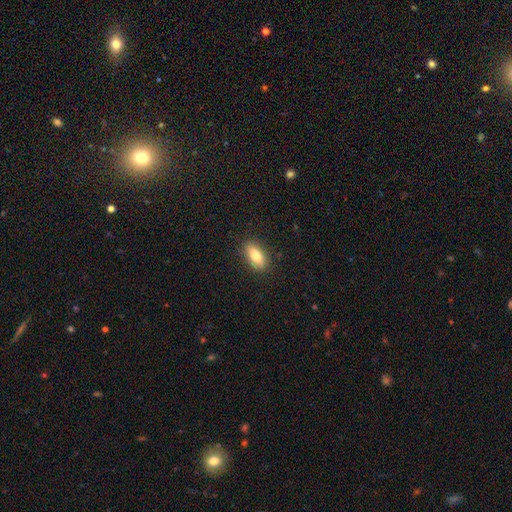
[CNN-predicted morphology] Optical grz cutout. It shows a smooth galaxy with no disk features (81%) that is in between round and cigar-shaped (87%). Merging: none (87%).